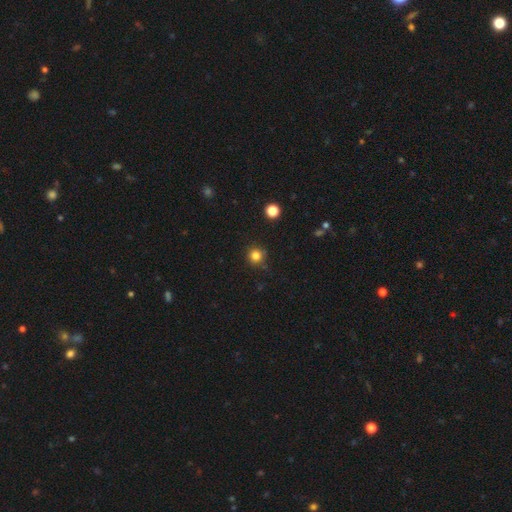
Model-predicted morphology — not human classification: Overall: smooth (81%). How rounded: round (94%). Merging: none (87%).